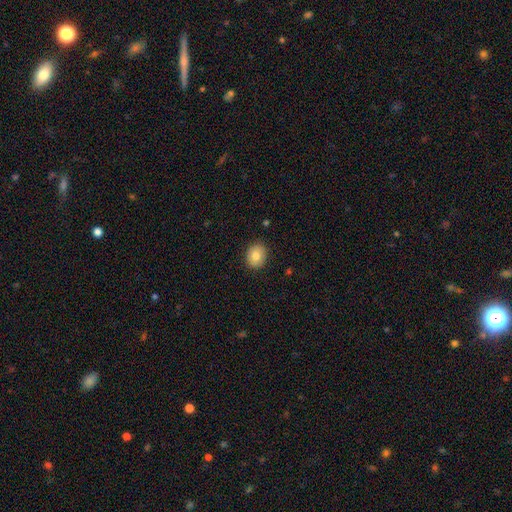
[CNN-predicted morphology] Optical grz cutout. It shows a smooth galaxy with no disk features (83%) that is round (53%). Merging: none (89%).